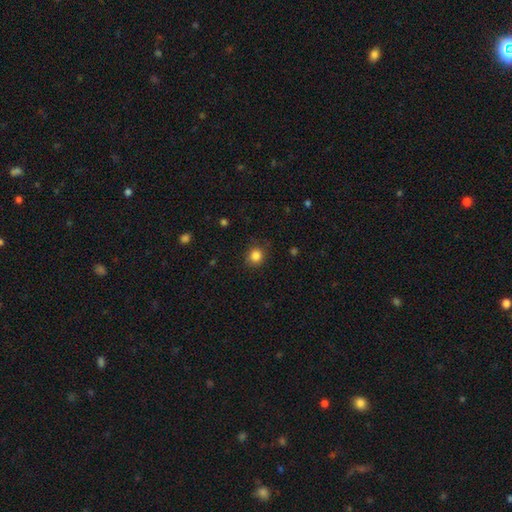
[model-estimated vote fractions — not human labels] smooth_or_featured: smooth (p=0.84) [alt: star or artifact p=0.11]
how_rounded: round (p=0.84) [alt: in between p=0.15]
merging: none (p=0.84) [alt: minor disturbance p=0.12]